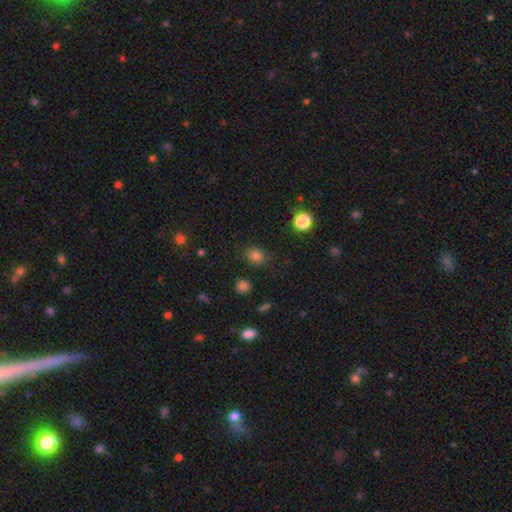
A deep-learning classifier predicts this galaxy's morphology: smooth 80%, star or artifact 15%, featured or disk 5%. Down the decision tree: how rounded — round (64%); merging — none (83%).